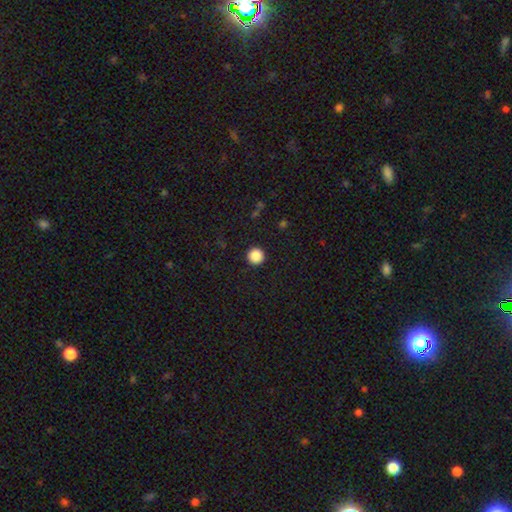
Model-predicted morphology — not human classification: A smooth galaxy with no disk features (87%) that is round (96%). Merging: none (94%).